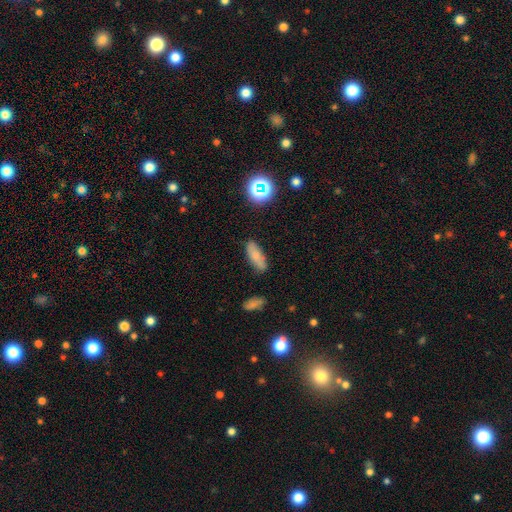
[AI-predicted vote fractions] Q: Smooth or featured?
A: smooth (70%); runner-up: featured or disk (19%)
Q: How rounded?
A: in between (69%); runner-up: cigar-shaped (27%)
Q: Merging?
A: none (75%); runner-up: minor disturbance (17%)